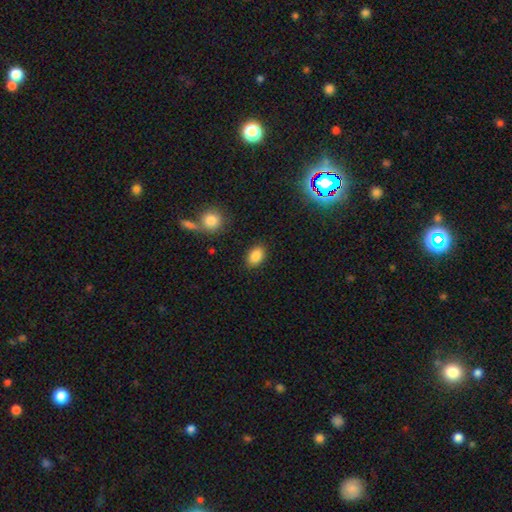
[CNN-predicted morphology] A smooth galaxy with no disk features (87%) that is in between round and cigar-shaped (85%). Merging: none (86%).